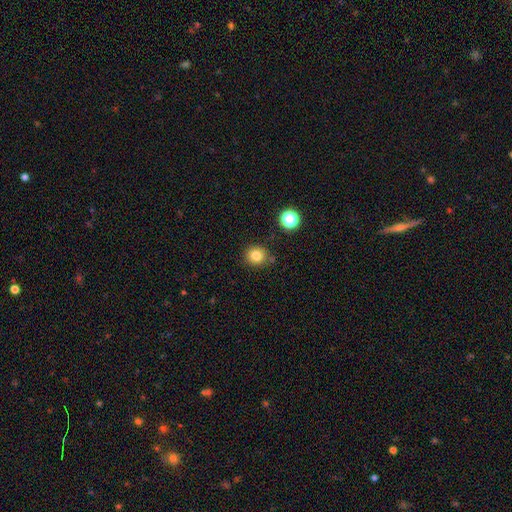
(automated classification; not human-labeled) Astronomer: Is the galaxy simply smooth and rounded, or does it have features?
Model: smooth — 82%.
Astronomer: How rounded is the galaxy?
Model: round — 87%.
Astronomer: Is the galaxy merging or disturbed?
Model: none — 83%.